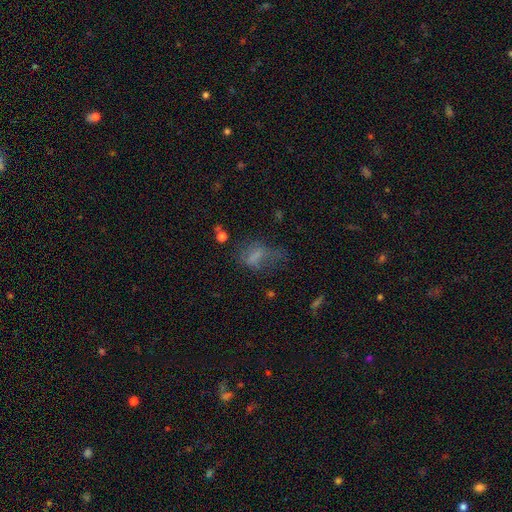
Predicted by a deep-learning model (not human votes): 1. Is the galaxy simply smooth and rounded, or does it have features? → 56% smooth, 25% featured or disk, 19% star or artifact.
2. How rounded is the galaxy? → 75% in between, 15% round, 10% cigar-shaped.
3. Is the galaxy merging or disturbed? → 40% major disturbance, 31% none, 24% minor disturbance, 5% merger.